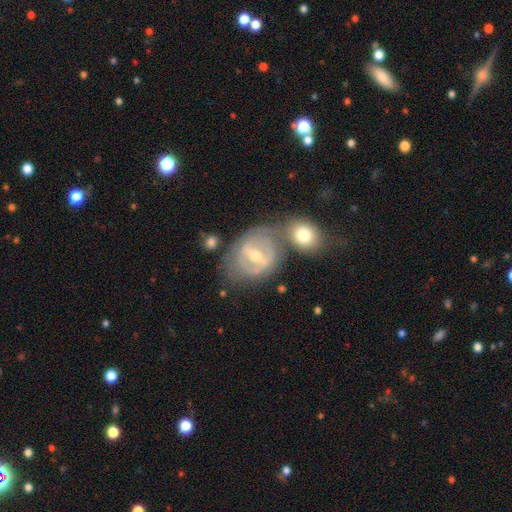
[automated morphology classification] The model was most divided on "bar": strong: 44%, weak: 41%, no: 15%. Remaining: edge-on disk — no (95%); smooth or featured — featured or disk (77%); spiral arms — yes (71%); bulge size — moderate (56%); spiral arm count — 2 (54%); spiral winding — tight (52%); merging — none (46%).